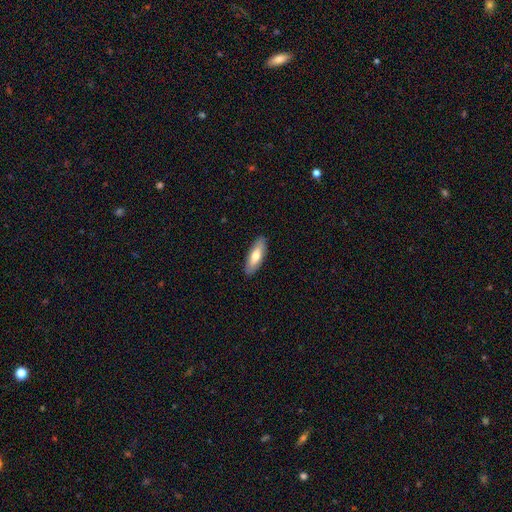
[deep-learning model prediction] Morphology: type=smooth (67%); roundness=in between (66%); merging=none (88%).